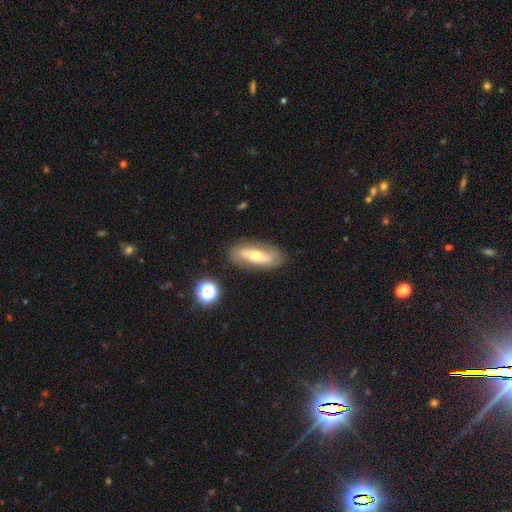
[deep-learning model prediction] A featured or disk galaxy (52%).

Vote fractions:
- Smooth or featured? featured or disk: 52% / smooth: 40% / star or artifact: 8%
- Edge-on disk? no: 75% / yes: 25%
- Merging? none: 80% / minor disturbance: 13% / major disturbance: 4% / merger: 2%